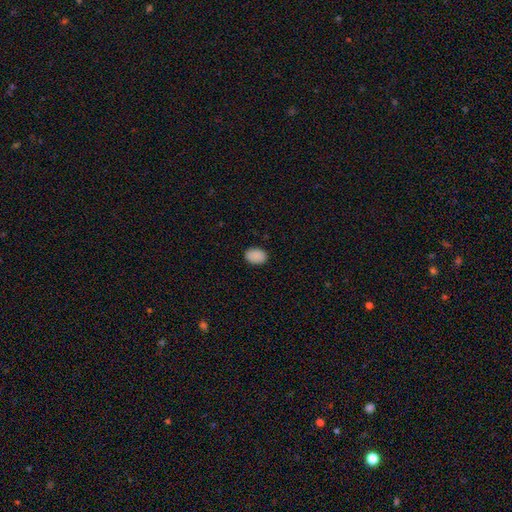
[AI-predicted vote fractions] smooth_or_featured: smooth (p=0.89) [alt: star or artifact p=0.08]
how_rounded: in between (p=0.82) [alt: round p=0.17]
merging: none (p=0.88) [alt: minor disturbance p=0.09]